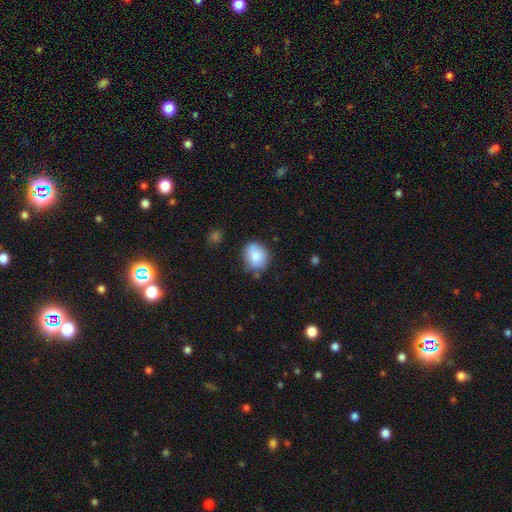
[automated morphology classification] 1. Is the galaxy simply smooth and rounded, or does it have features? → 83% smooth, 9% featured or disk, 8% star or artifact.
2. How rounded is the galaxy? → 62% round, 37% in between, 1% cigar-shaped.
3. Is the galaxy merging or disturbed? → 70% none, 20% minor disturbance, 5% merger, 4% major disturbance.